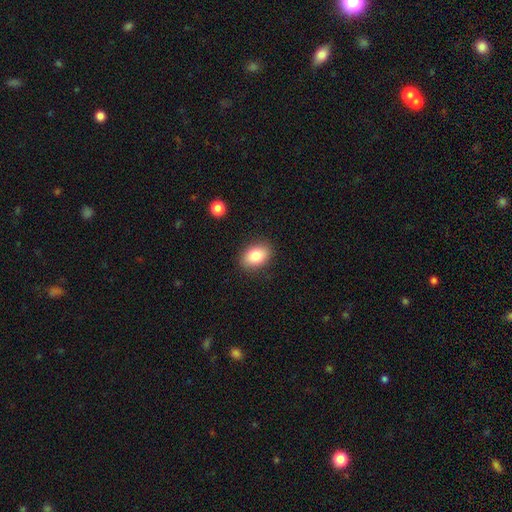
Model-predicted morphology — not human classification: smooth-or-featured: smooth: 83% | featured or disk: 9% | star or artifact: 8%
  how-rounded: in between: 82% | round: 17% | cigar-shaped: 1%
  merging: none: 88% | minor disturbance: 9% | major disturbance: 2% | merger: 1%